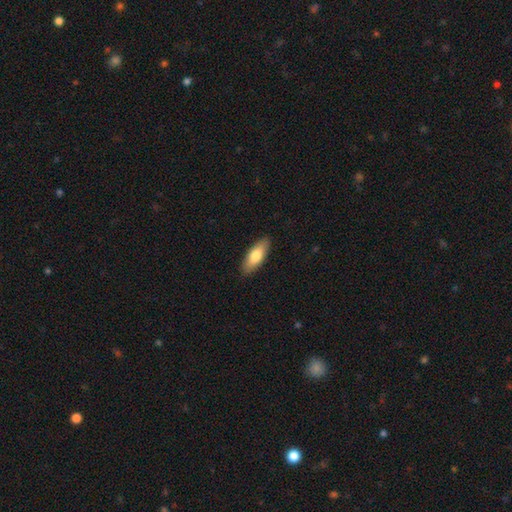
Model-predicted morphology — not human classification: smooth_or_featured: smooth (p=0.75) [alt: featured or disk p=0.19]
how_rounded: in between (p=0.71) [alt: cigar-shaped p=0.27]
merging: none (p=0.89) [alt: minor disturbance p=0.08]